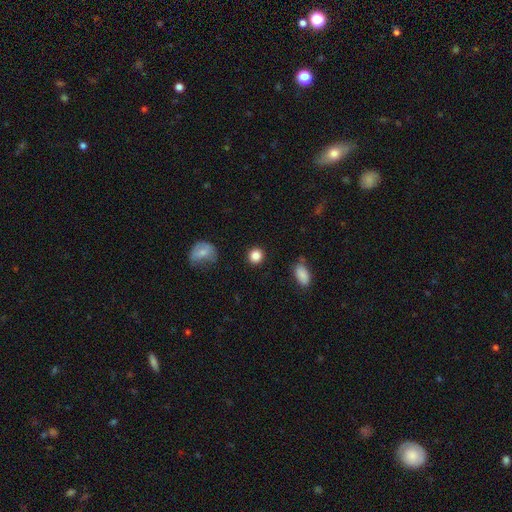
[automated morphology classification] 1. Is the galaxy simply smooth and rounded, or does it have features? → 86% smooth, 10% star or artifact, 4% featured or disk.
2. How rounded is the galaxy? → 87% round, 12% in between, 1% cigar-shaped.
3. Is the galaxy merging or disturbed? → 89% none, 7% minor disturbance, 3% major disturbance, 2% merger.